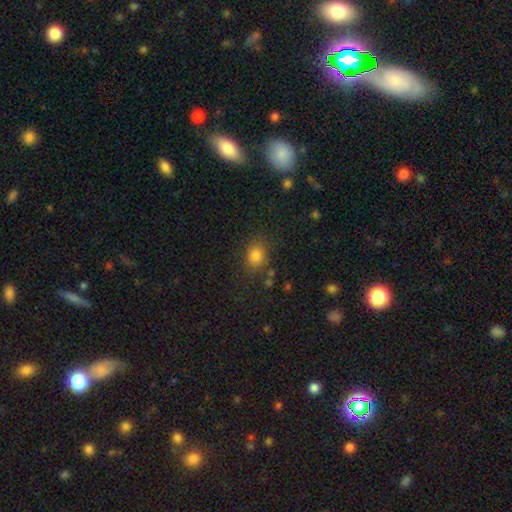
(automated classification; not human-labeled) This is clearly a smooth galaxy (82%). How rounded: possibly round (58%). Merging: likely none (78%).